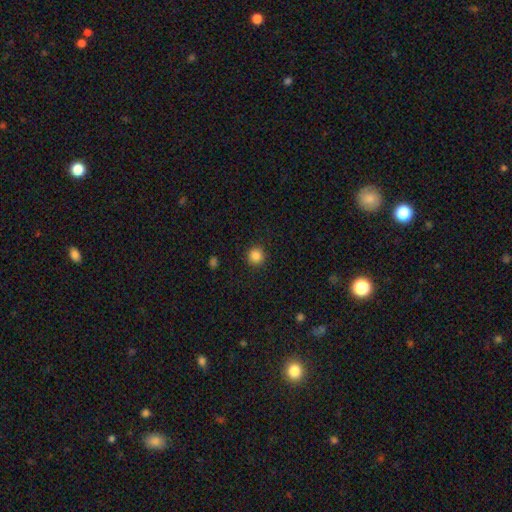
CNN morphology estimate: The model was most divided on "smooth or featured": smooth: 86%, star or artifact: 11%, featured or disk: 3%. More confident: how rounded — round (94%); merging — none (91%).